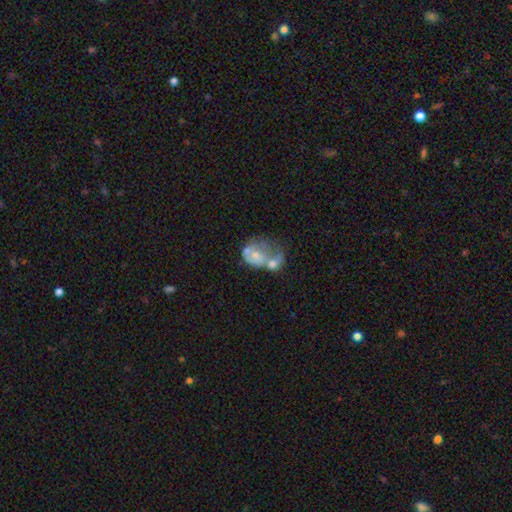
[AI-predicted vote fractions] Q: Smooth or featured?
A: featured or disk (50%); runner-up: smooth (42%)
Q: Merging?
A: merger (64%); runner-up: major disturbance (17%)